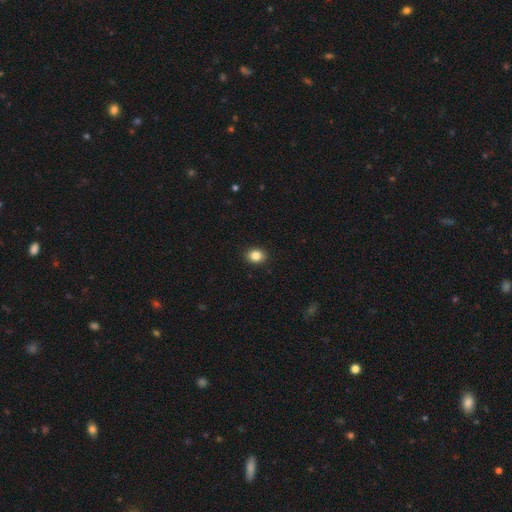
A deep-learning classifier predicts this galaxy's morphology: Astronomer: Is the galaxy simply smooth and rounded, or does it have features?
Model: smooth — 86%.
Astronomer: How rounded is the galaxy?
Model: round — 50% (runner-up: in between, 49%).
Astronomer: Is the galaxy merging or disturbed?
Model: none — 91%.